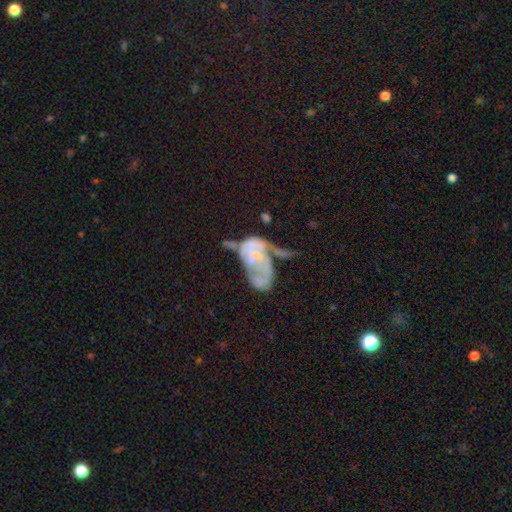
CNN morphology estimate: The model was most divided on "spiral arms": no: 52%, yes: 48%. Remaining: edge-on disk — no (97%); bar — no (82%); smooth or featured — featured or disk (63%); bulge size — none (52%); merging — major disturbance (41%).